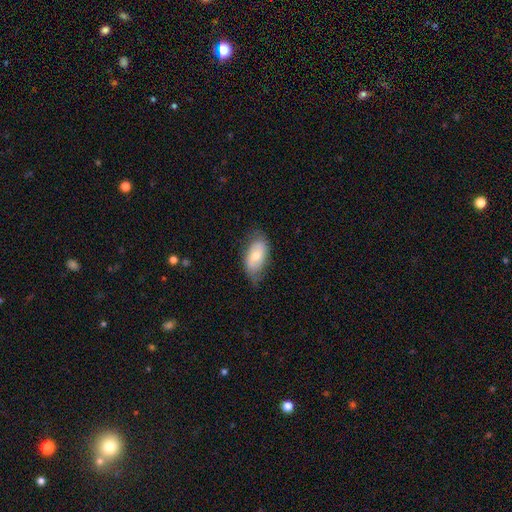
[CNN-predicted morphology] smooth 63%, featured or disk 31%, star or artifact 6%. Down the decision tree: how rounded — in between (93%); merging — none (63%).